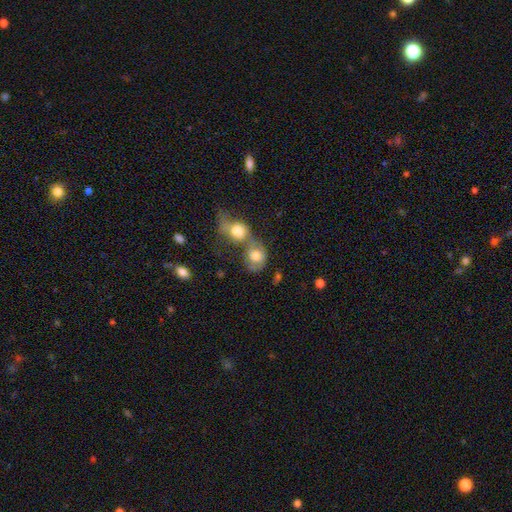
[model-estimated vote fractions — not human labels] smooth-or-featured: smooth: 65% | featured or disk: 26% | star or artifact: 9%
  how-rounded: round: 60% | in between: 39% | cigar-shaped: 2%
  merging: merger: 69% | none: 16% | major disturbance: 8% | minor disturbance: 7%